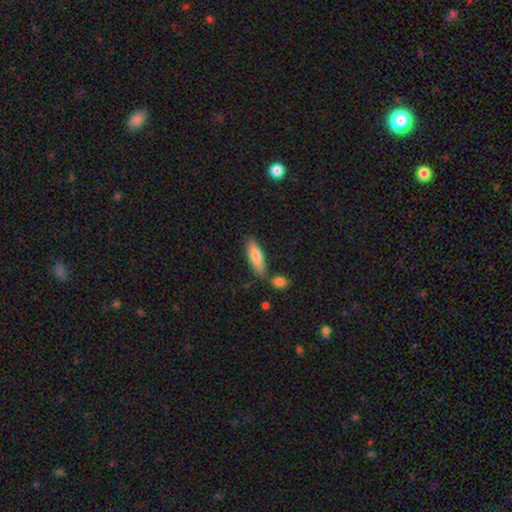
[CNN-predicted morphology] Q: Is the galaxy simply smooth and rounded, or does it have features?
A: smooth — 76%.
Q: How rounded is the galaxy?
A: in between — 51%.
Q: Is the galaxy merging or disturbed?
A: none — 68%.